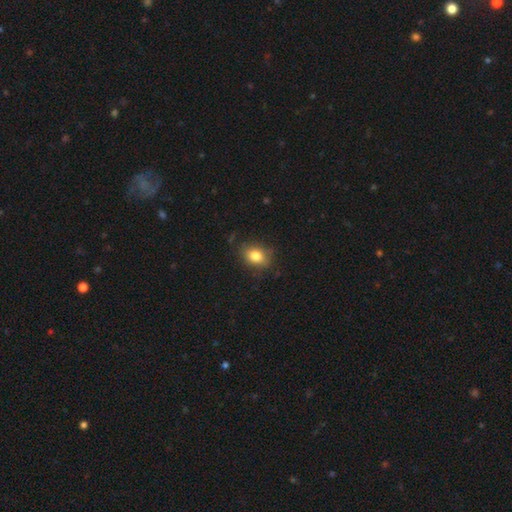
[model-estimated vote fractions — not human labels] Smooth or featured: smooth — 81% (star or artifact — 10%)
How rounded: in between — 69% (round — 30%)
Merging: none — 79% (minor disturbance — 16%)